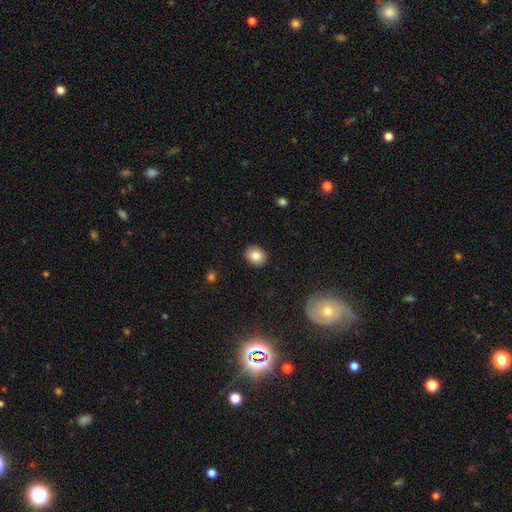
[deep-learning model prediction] Morphology: type=smooth (85%); roundness=round (61%); merging=none (90%).